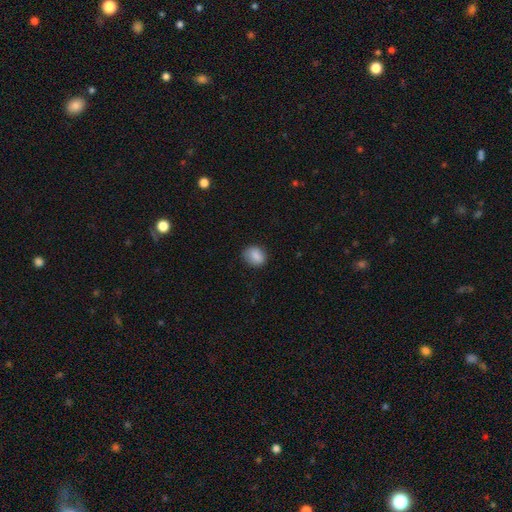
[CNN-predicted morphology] Smooth or featured?
  - smooth: 86% *
  - star or artifact: 8%
  - featured or disk: 6%
How rounded?
  - round: 52% *
  - in between: 46%
  - cigar-shaped: 1%
Merging?
  - none: 80% *
  - minor disturbance: 15%
  - major disturbance: 4%
  - merger: 1%